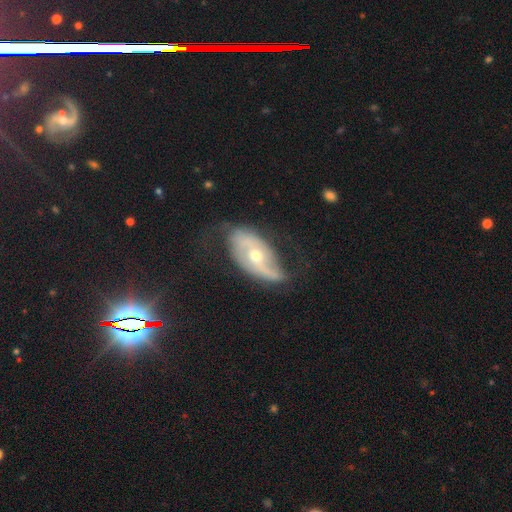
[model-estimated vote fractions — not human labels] Morphology: type=featured or disk (76%); edge-on=no (92%); bar=no (52%); spiral arms=yes (80%); winding=loose (55%); arm count=2 (81%); bulge=moderate (56%); merging=none (55%).